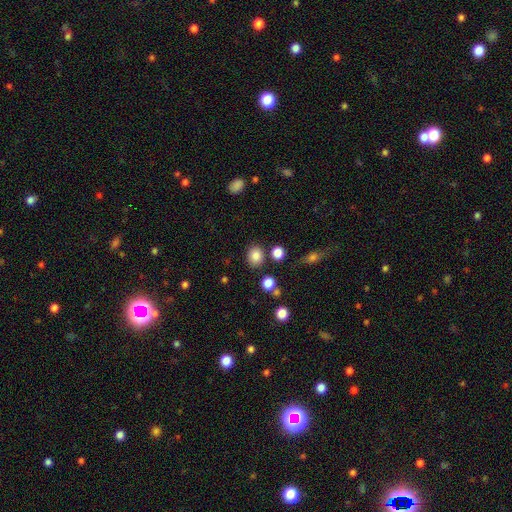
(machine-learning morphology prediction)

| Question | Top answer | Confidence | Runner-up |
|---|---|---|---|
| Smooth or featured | smooth | 84% | star or artifact (11%) |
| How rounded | round | 64% | in between (35%) |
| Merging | none | 81% | minor disturbance (9%) |